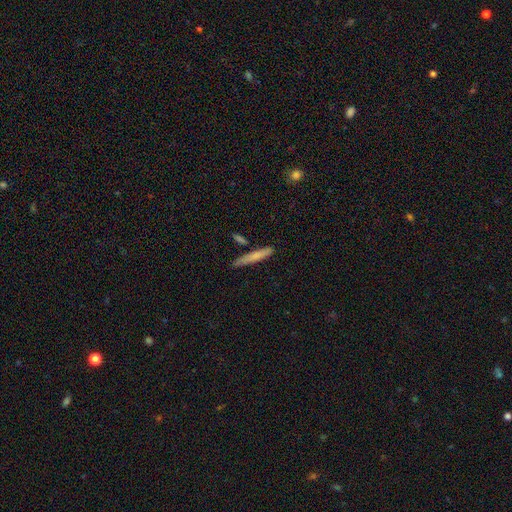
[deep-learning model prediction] Q: Smooth or featured?
A: smooth (69%); runner-up: featured or disk (25%)
Q: How rounded?
A: cigar-shaped (94%); runner-up: in between (5%)
Q: Merging?
A: none (81%); runner-up: minor disturbance (12%)